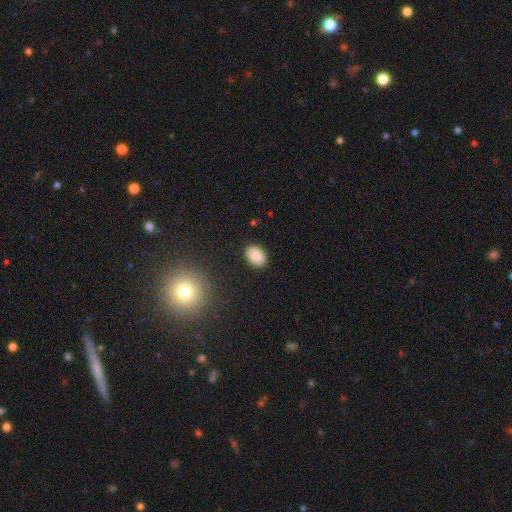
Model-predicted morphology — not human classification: smooth 87%, star or artifact 8%, featured or disk 4%. Down the decision tree: how rounded — in between (82%); merging — none (88%).